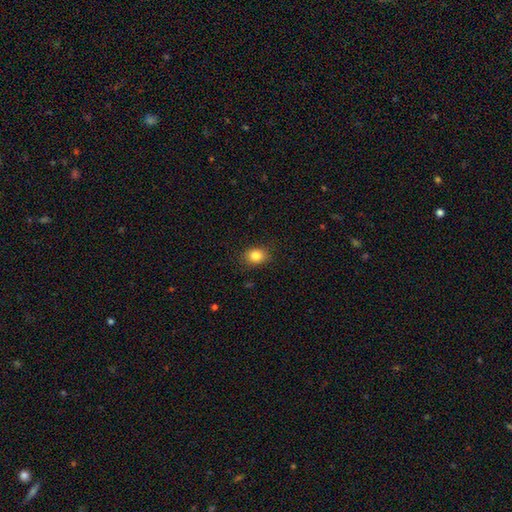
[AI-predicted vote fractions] A smooth galaxy with no disk features (85%) that is in between round and cigar-shaped (52%).

Vote fractions:
- Smooth or featured? smooth: 85% / star or artifact: 10% / featured or disk: 6%
- How rounded? in between: 52% / round: 47% / cigar-shaped: 1%
- Merging? none: 85% / minor disturbance: 11% / major disturbance: 3% / merger: 1%